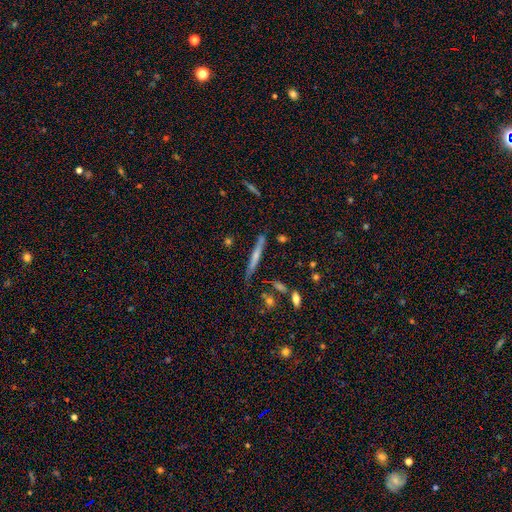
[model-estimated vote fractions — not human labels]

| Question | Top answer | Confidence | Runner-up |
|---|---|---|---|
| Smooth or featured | featured or disk | 48% | smooth (43%) |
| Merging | none | 78% | minor disturbance (15%) |